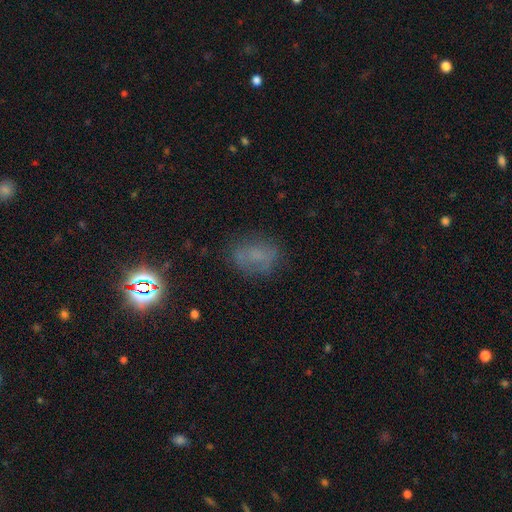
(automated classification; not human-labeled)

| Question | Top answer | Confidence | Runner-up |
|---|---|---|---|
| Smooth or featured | smooth | 49% | star or artifact (27%) |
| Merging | none | 67% | minor disturbance (20%) |